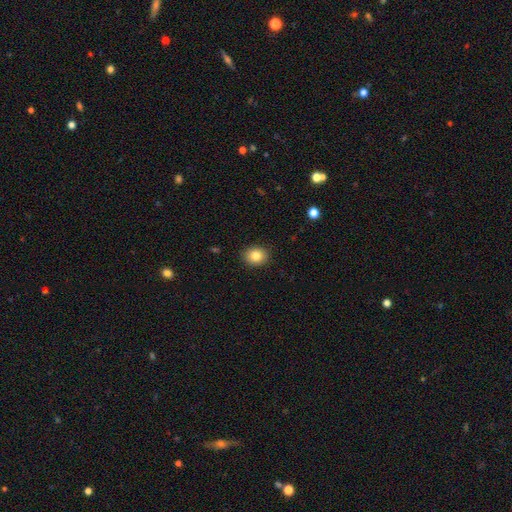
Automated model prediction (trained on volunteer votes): A smooth galaxy with no disk features (83%) that is round (62%). Merging: none (90%).